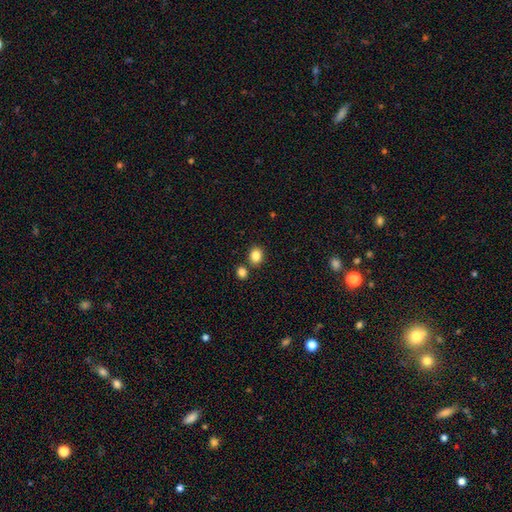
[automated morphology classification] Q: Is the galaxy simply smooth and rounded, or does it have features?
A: smooth — 86%.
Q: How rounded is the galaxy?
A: round — 57%.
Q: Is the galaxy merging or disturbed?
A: none — 77%.